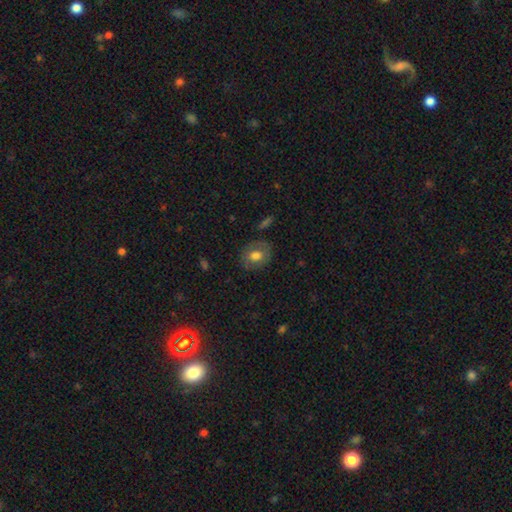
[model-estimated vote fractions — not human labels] smooth 65%, featured or disk 26%, star or artifact 8%. Down the decision tree: how rounded — round (54%); merging — none (79%).